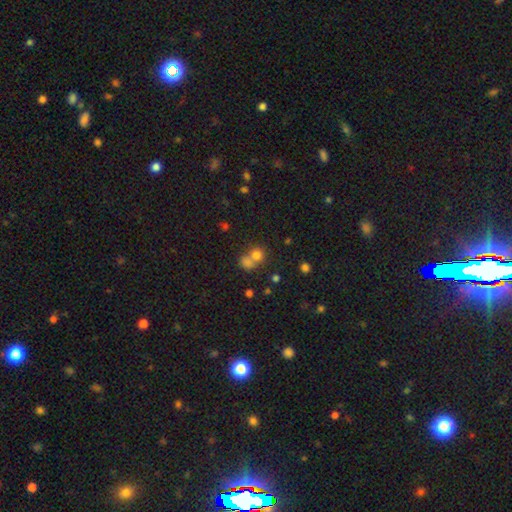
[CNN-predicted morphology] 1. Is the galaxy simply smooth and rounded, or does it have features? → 70% smooth, 18% star or artifact, 12% featured or disk.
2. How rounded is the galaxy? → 79% round, 20% in between, 1% cigar-shaped.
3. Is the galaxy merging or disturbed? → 53% merger, 37% none, 6% minor disturbance, 3% major disturbance.